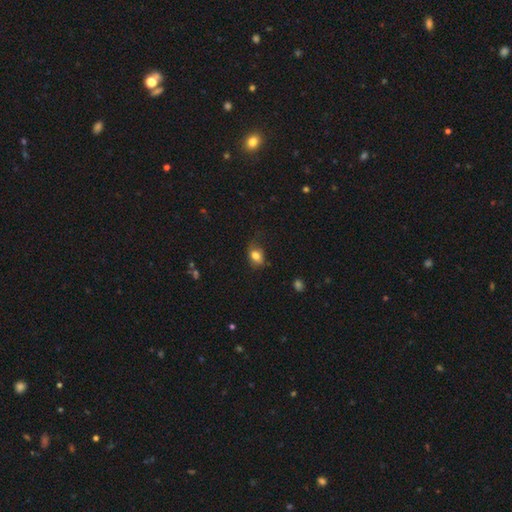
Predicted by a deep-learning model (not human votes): A smooth galaxy with no disk features (79%) that is in between round and cigar-shaped (69%). Merging: none (52%).